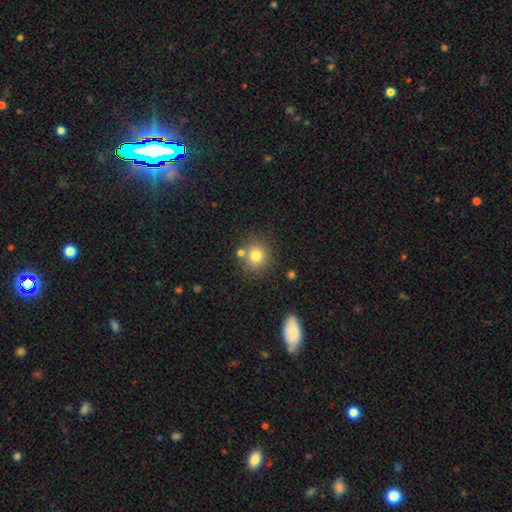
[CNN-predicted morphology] This appears to be a smooth galaxy with no disk features (78%) that is round (87%). Merging: none (73%).